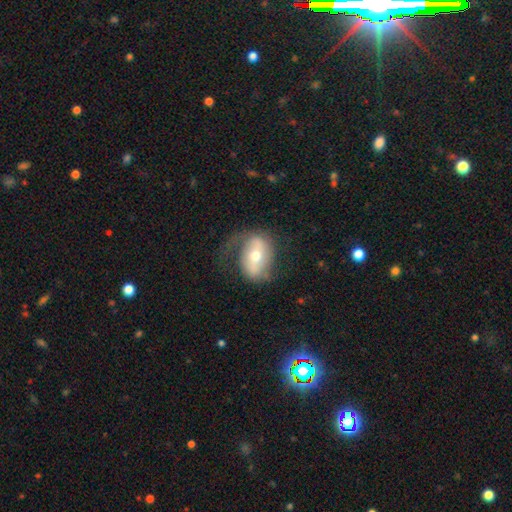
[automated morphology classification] A featured or disk galaxy (60%) with a strong bar (38%), spiral arms (70%) and a moderate central bulge (63%). Merging: none (50%).